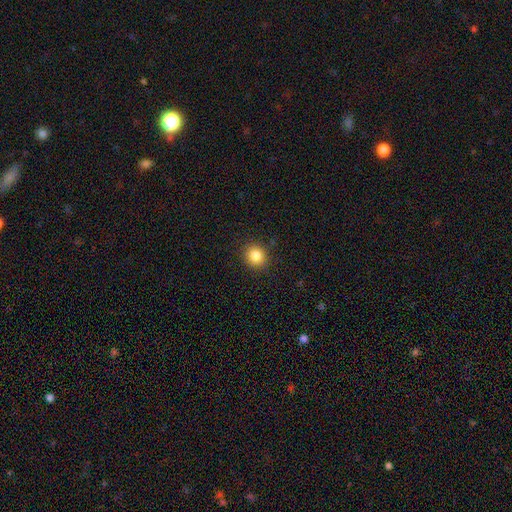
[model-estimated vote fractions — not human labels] Q: Smooth or featured?
A: smooth (85%); runner-up: star or artifact (11%)
Q: How rounded?
A: round (84%); runner-up: in between (15%)
Q: Merging?
A: none (90%); runner-up: minor disturbance (7%)